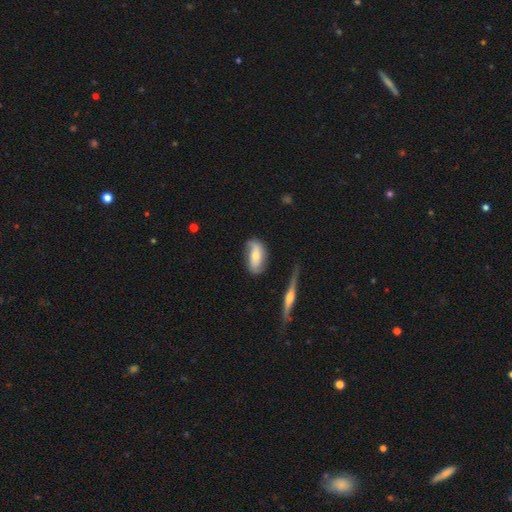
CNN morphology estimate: featured or disk 54%, smooth 39%, star or artifact 6%. Down the decision tree: edge-on disk — no (87%); merging — none (63%).